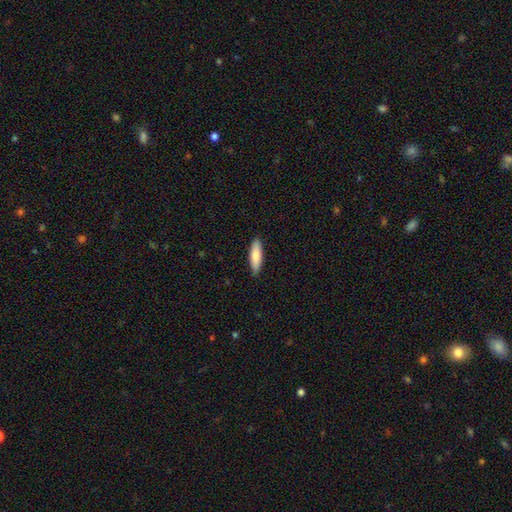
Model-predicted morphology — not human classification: Smooth or featured?
  - smooth: 82% *
  - featured or disk: 13%
  - star or artifact: 5%
How rounded?
  - cigar-shaped: 57% *
  - in between: 42%
  - round: 1%
Merging?
  - none: 88% *
  - minor disturbance: 9%
  - major disturbance: 2%
  - merger: 1%